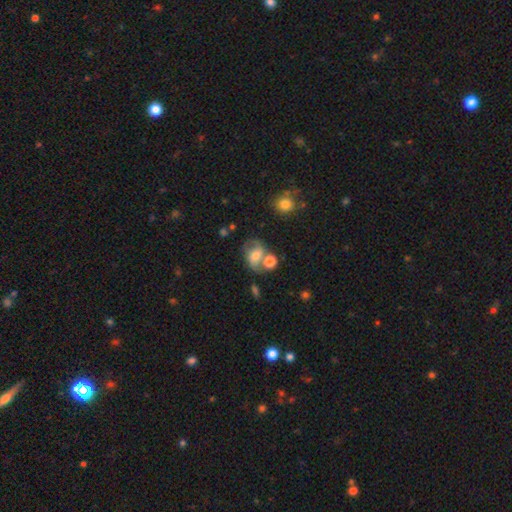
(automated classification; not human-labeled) This is possibly a smooth galaxy (45%). Merging: marginally none (43%).